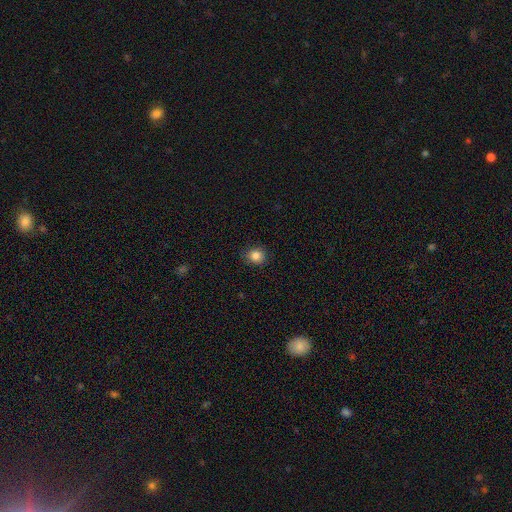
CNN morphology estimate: Smooth or featured? Predicted: smooth (p=0.85). How rounded? Predicted: round (p=0.81). Merging? Predicted: none (p=0.87).